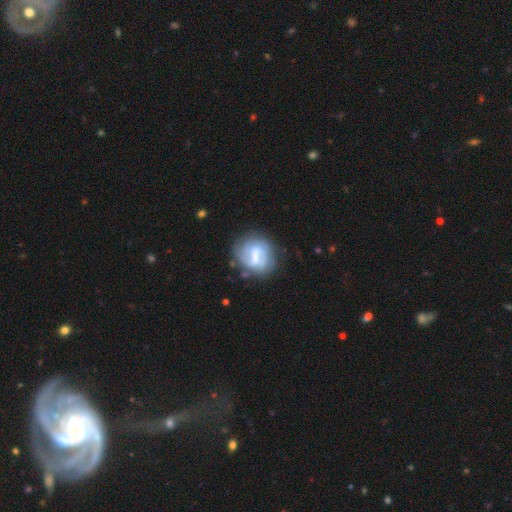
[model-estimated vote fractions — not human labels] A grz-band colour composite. It shows a featured or disk galaxy (60%) with a strong bar (44%), spiral arms (58%) and no central bulge (31%). Merging: none (62%).